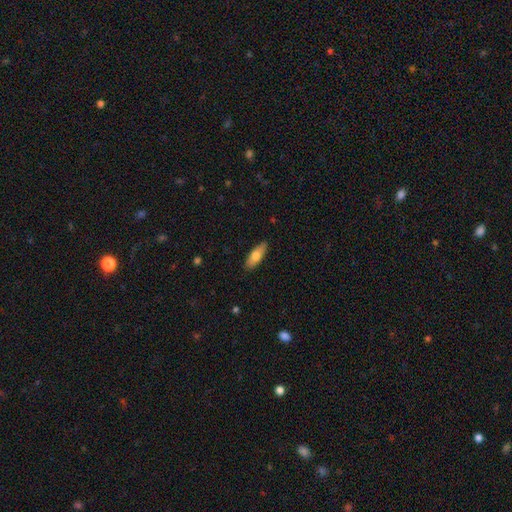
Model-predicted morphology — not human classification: Smooth or featured? Predicted: smooth (p=0.70). How rounded? Predicted: in between (p=0.63). Merging? Predicted: none (p=0.87).